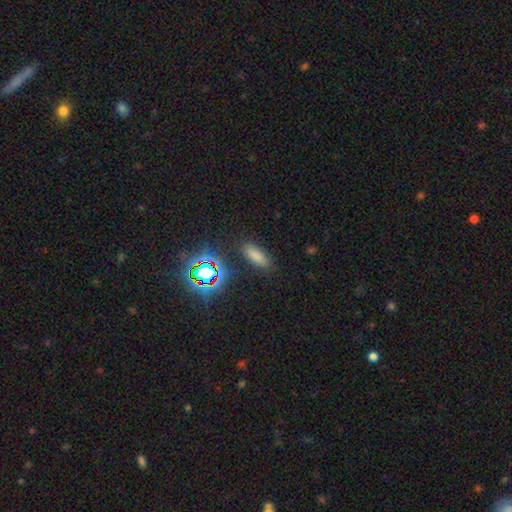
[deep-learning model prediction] This appears to be a smooth galaxy with no disk features (73%) that is in between round and cigar-shaped (72%). Merging: none (85%).